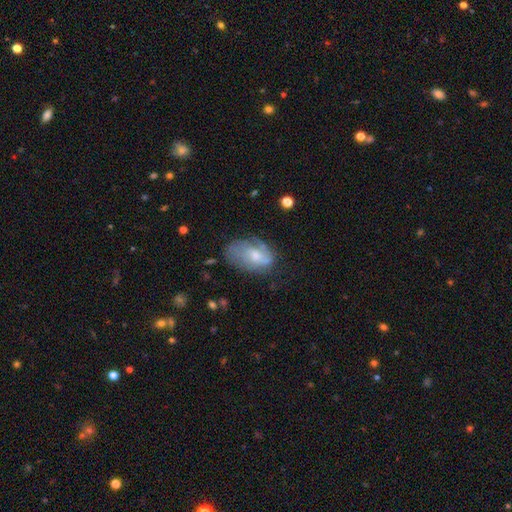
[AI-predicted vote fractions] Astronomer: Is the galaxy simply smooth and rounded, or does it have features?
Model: featured or disk — 50% (runner-up: smooth, 42%).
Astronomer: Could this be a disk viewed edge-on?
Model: no — 95%.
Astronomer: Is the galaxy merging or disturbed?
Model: none — 49% (runner-up: minor disturbance, 30%).